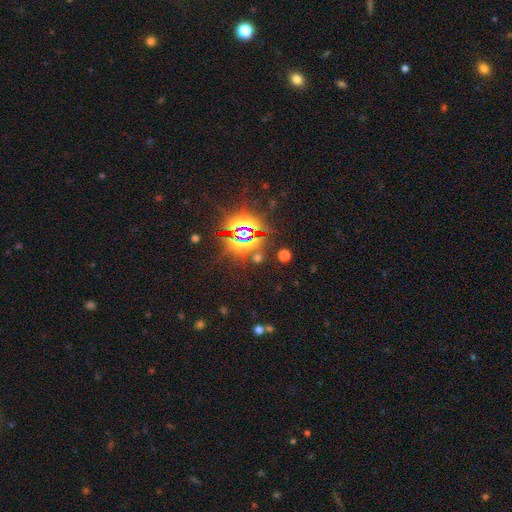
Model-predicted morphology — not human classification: type=star or artifact (82%).